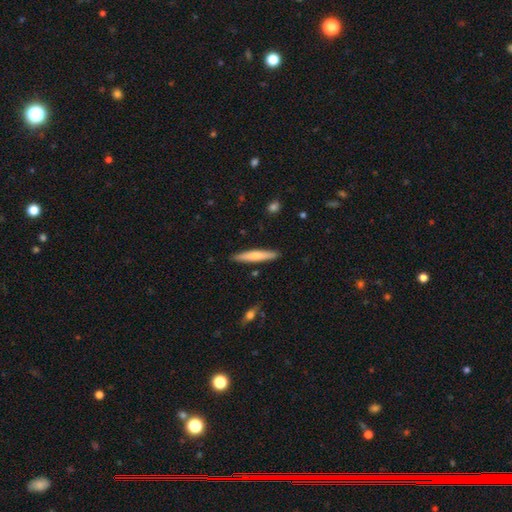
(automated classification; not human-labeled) Smooth or featured? smooth (66%)
How rounded? cigar-shaped (92%)
Merging? none (89%)